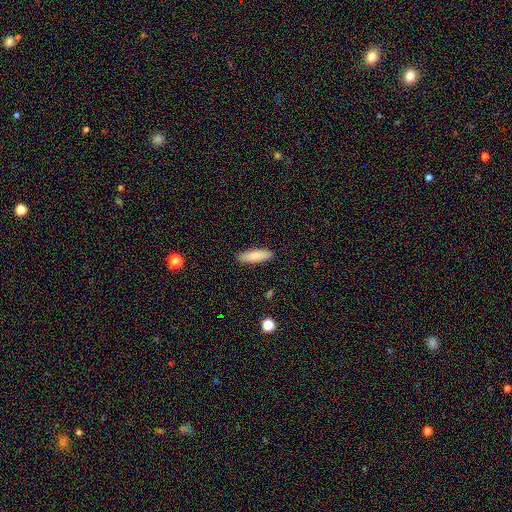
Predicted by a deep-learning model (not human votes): smooth-or-featured: smooth: 85% | featured or disk: 9% | star or artifact: 6%
  how-rounded: cigar-shaped: 54% | in between: 45% | round: 2%
  merging: none: 89% | minor disturbance: 8% | major disturbance: 2% | merger: 1%